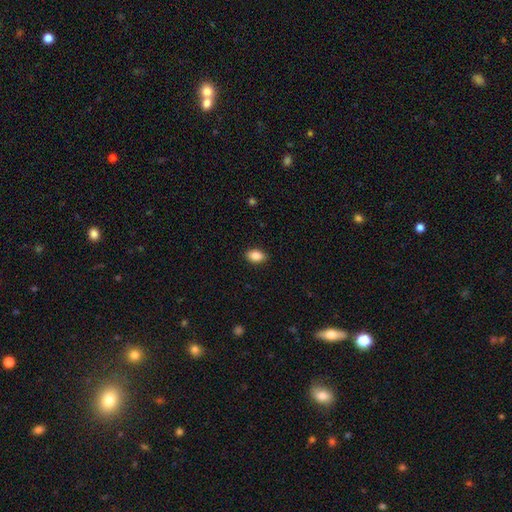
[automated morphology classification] Smooth or featured?
  - smooth: 86% *
  - star or artifact: 8%
  - featured or disk: 6%
How rounded?
  - in between: 89% *
  - round: 9%
  - cigar-shaped: 2%
Merging?
  - none: 90% *
  - minor disturbance: 8%
  - major disturbance: 2%
  - merger: 1%